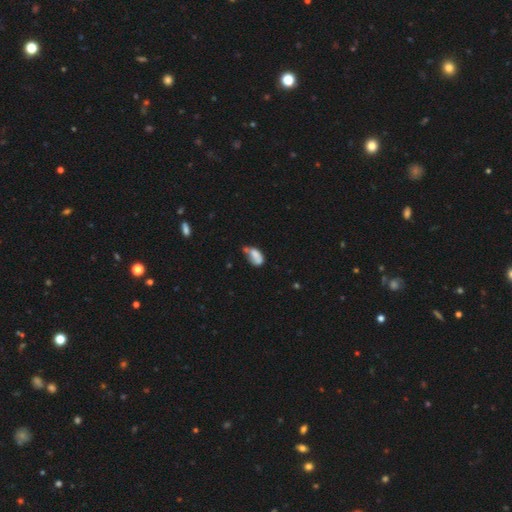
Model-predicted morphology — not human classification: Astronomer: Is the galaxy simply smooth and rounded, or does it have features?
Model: smooth — 64%.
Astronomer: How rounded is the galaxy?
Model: in between — 86%.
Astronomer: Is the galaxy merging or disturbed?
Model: merger — 32% (runner-up: minor disturbance, 25%).